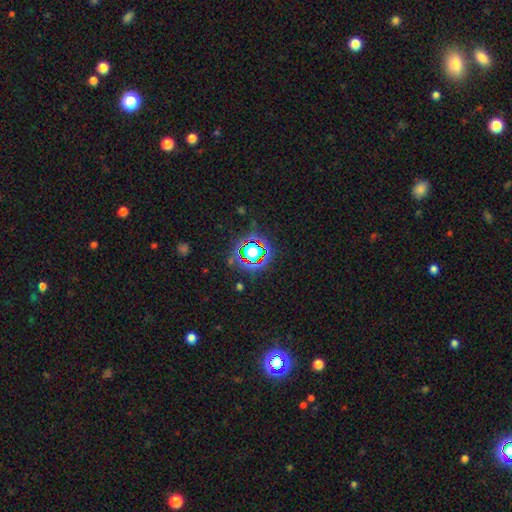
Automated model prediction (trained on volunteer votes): Smooth or featured: star or artifact — 74% (smooth — 16%)